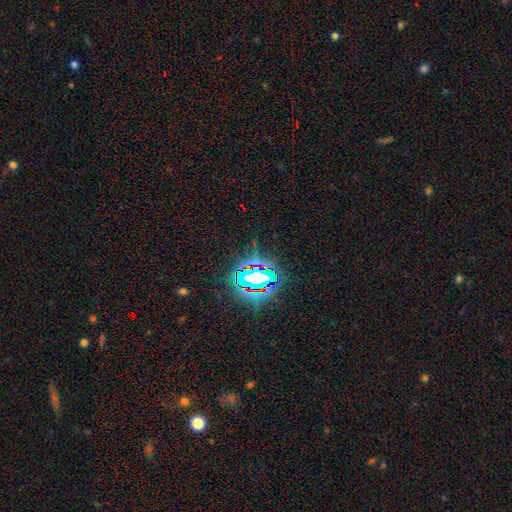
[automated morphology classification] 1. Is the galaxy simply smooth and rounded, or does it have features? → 71% star or artifact, 17% smooth, 11% featured or disk.